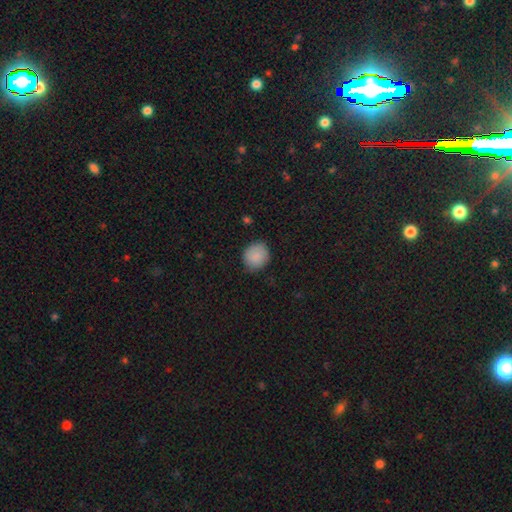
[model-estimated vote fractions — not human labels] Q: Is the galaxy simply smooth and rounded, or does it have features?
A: smooth — 87%.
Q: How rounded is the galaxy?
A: round — 77%.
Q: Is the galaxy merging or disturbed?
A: none — 80%.